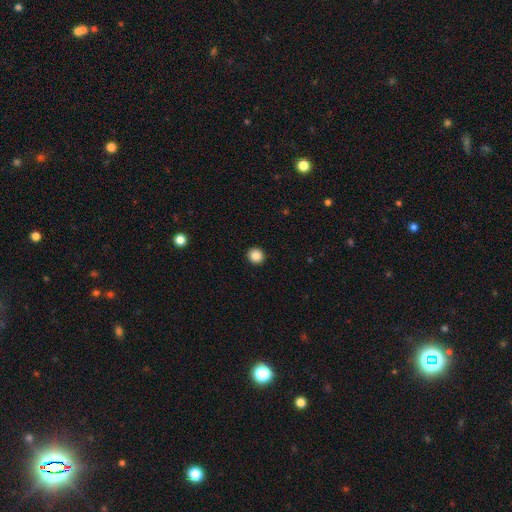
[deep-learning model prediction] Smooth or featured? smooth (87%)
How rounded? round (93%)
Merging? none (93%)